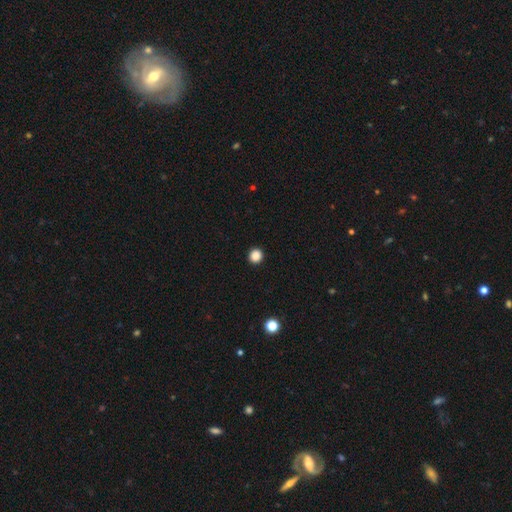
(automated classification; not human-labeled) Smooth or featured?
  - smooth: 87% *
  - star or artifact: 11%
  - featured or disk: 3%
How rounded?
  - round: 93% *
  - in between: 6%
  - cigar-shaped: 1%
Merging?
  - none: 94% *
  - minor disturbance: 4%
  - major disturbance: 1%
  - merger: 1%